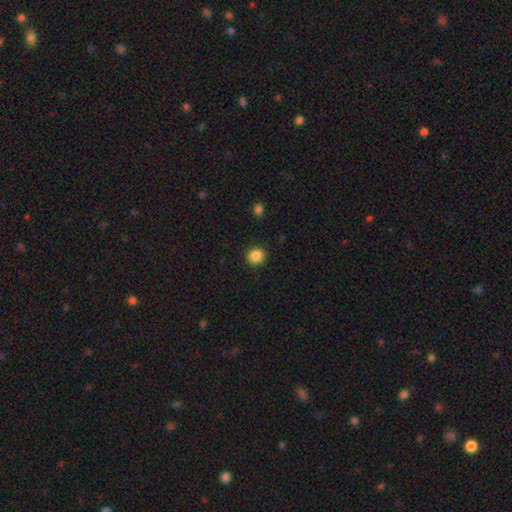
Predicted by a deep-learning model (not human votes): Q: Smooth or featured?
A: smooth (87%); runner-up: star or artifact (10%)
Q: How rounded?
A: round (87%); runner-up: in between (12%)
Q: Merging?
A: none (91%); runner-up: minor disturbance (6%)